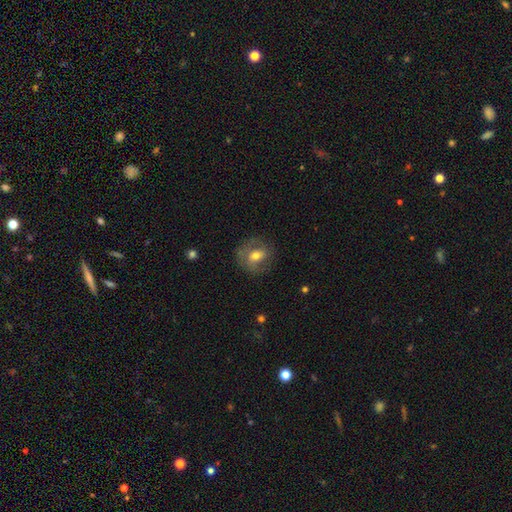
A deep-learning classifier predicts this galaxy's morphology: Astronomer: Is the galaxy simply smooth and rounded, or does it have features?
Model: smooth — 47% (runner-up: featured or disk, 45%).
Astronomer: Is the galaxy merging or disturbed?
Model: none — 73%.